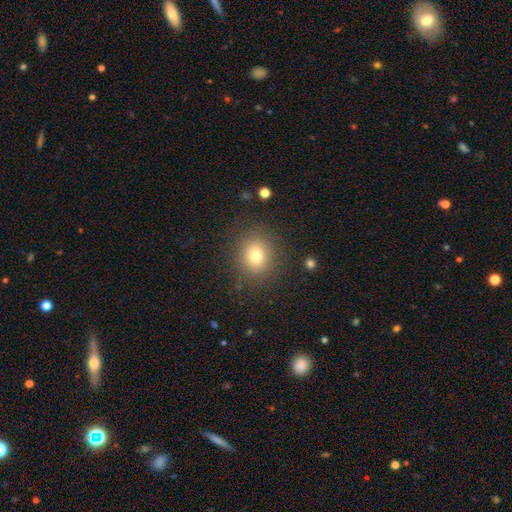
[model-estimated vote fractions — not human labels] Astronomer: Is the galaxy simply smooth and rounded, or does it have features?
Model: smooth — 76%.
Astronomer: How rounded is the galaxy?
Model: round — 74%.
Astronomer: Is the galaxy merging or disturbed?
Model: none — 87%.